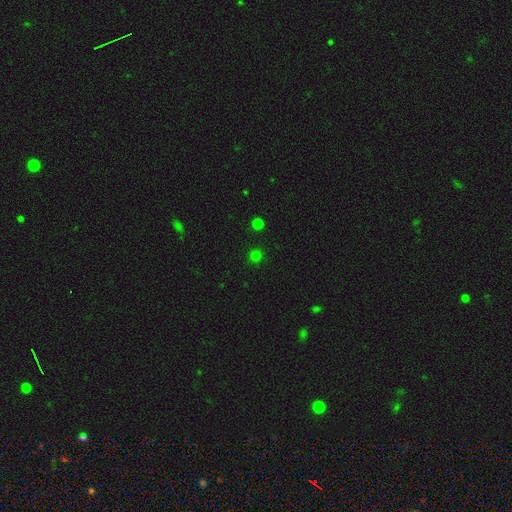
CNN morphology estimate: A smooth galaxy with no disk features (74%) that is round (94%). Merging: none (91%).